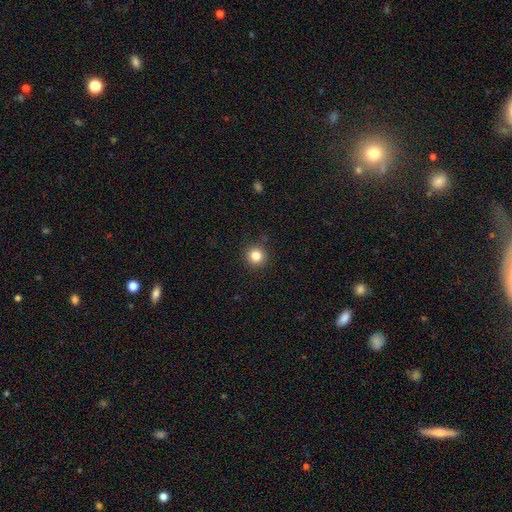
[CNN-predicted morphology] A smooth galaxy with no disk features (84%) that is round (94%). Merging: none (91%).